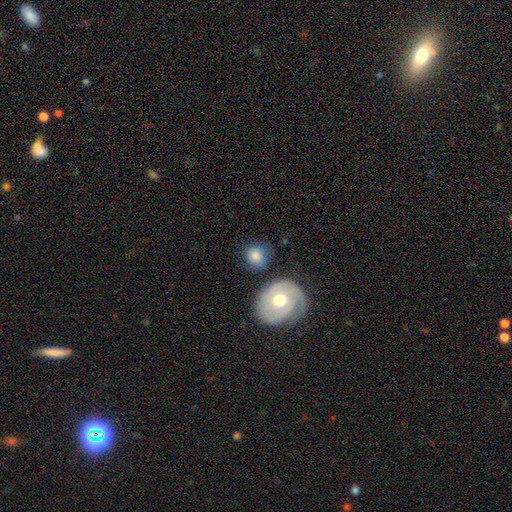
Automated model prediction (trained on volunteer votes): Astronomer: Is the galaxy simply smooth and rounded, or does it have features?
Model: smooth — 74%.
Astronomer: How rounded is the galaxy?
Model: round — 74%.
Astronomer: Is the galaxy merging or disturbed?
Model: none — 63%.